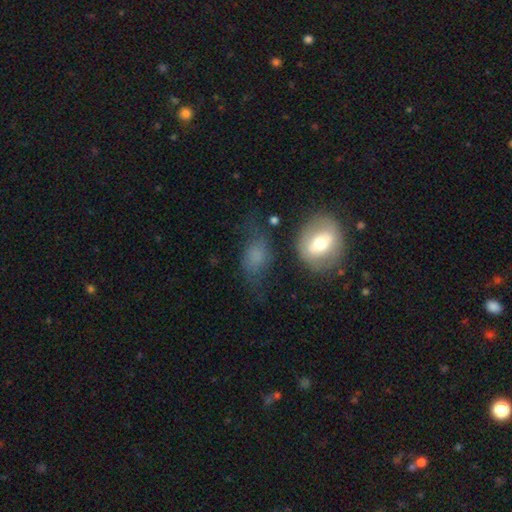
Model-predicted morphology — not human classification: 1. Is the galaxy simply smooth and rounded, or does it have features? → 62% smooth, 27% featured or disk, 11% star or artifact.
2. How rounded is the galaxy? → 71% in between, 24% round, 5% cigar-shaped.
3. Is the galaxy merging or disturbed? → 41% none, 24% major disturbance, 24% minor disturbance, 10% merger.